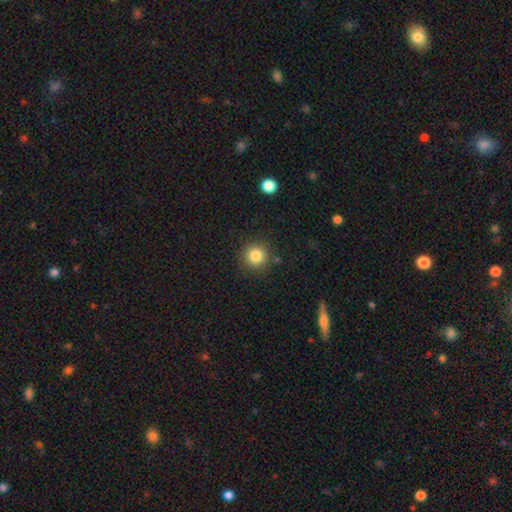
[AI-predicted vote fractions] The model was most divided on "smooth or featured": smooth: 84%, star or artifact: 11%, featured or disk: 6%. More confident: how rounded — round (94%); merging — none (87%).